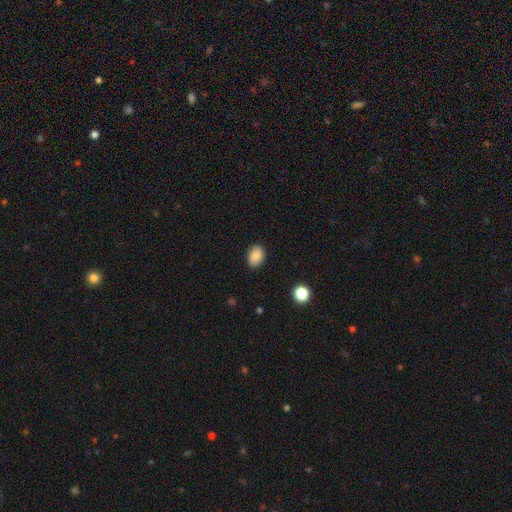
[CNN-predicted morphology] Smooth or featured? smooth (85%)
How rounded? in between (73%)
Merging? none (86%)